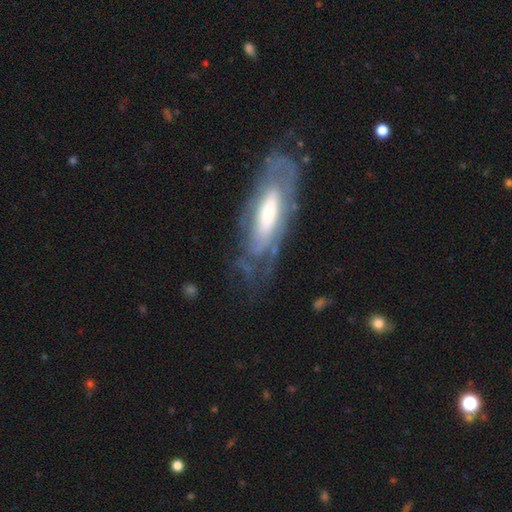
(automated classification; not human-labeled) This is likely a featured or disk galaxy (76%). It is likely not viewed edge-on (76%). Bar: possibly no (46%). Spiral arm pattern: likely yes (78%). Central bulge: possibly moderate (49%). Merging: likely none (72%).